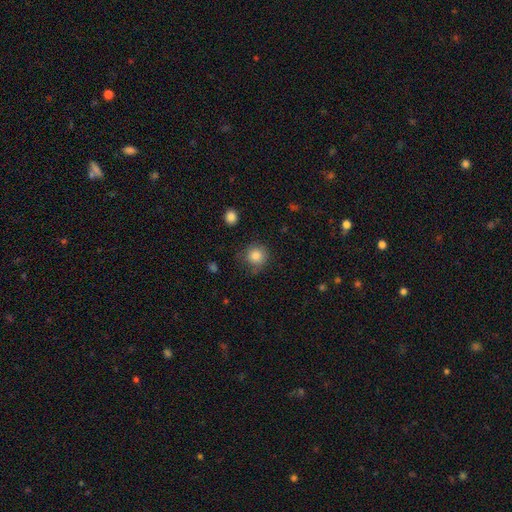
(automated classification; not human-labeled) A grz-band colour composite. It shows a smooth galaxy with no disk features (85%) that is round (91%). Merging: none (75%).